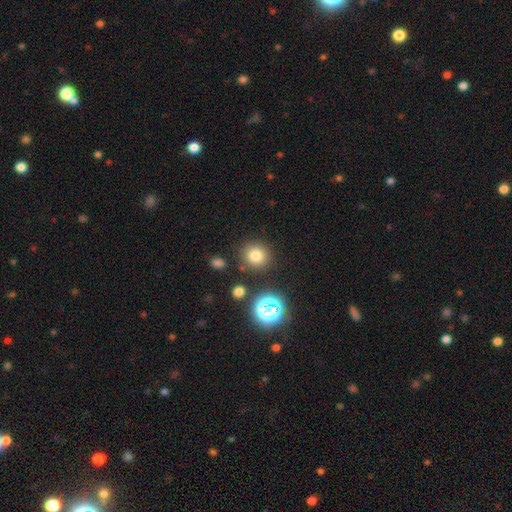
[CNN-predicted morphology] A smooth galaxy with no disk features (77%) that is round (88%). Merging: none (85%).